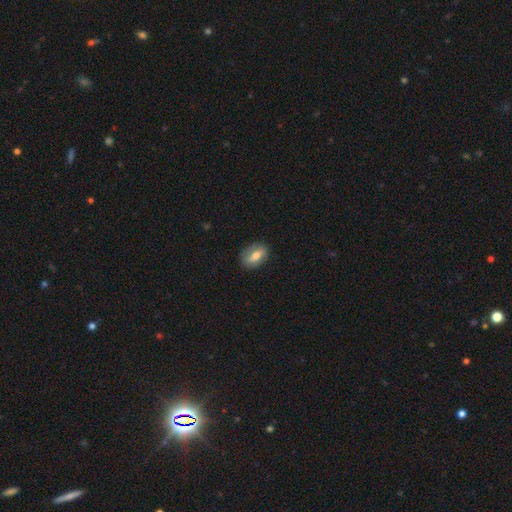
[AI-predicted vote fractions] Q: Smooth or featured?
A: smooth (56%); runner-up: featured or disk (36%)
Q: How rounded?
A: in between (80%); runner-up: round (17%)
Q: Merging?
A: none (82%); runner-up: minor disturbance (13%)